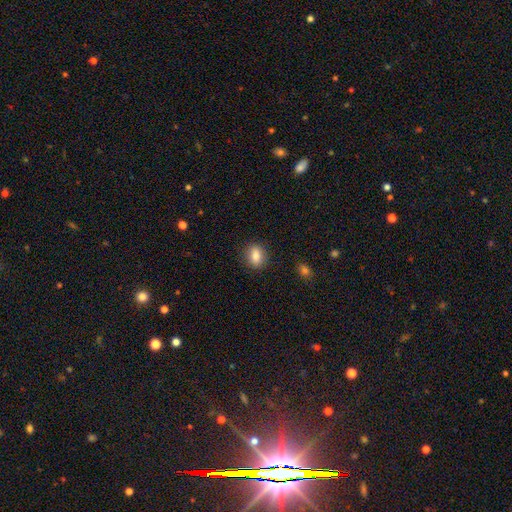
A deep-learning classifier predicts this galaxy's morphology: smooth-or-featured: smooth: 84% | star or artifact: 8% | featured or disk: 7%
  how-rounded: in between: 58% | round: 40% | cigar-shaped: 2%
  merging: none: 87% | minor disturbance: 9% | major disturbance: 3% | merger: 1%